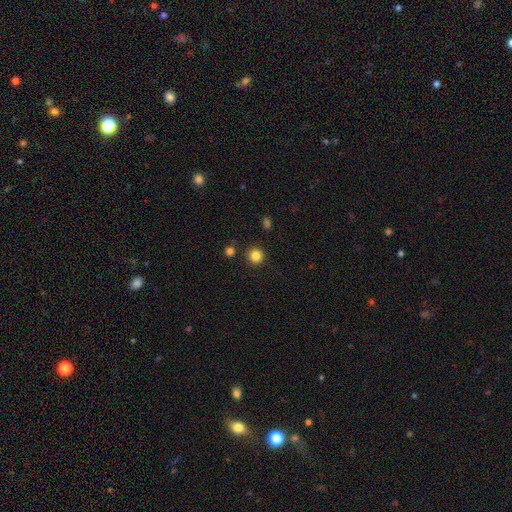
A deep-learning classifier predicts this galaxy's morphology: Smooth or featured?
  - smooth: 84% *
  - star or artifact: 12%
  - featured or disk: 5%
How rounded?
  - round: 94% *
  - in between: 5%
  - cigar-shaped: 1%
Merging?
  - none: 90% *
  - minor disturbance: 6%
  - merger: 3%
  - major disturbance: 2%